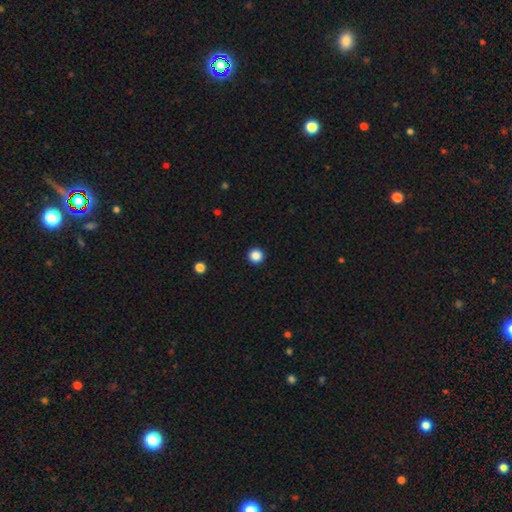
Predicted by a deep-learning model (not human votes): Smooth or featured?
  - smooth: 87% *
  - star or artifact: 11%
  - featured or disk: 3%
How rounded?
  - round: 96% *
  - in between: 3%
  - cigar-shaped: 1%
Merging?
  - none: 93% *
  - minor disturbance: 4%
  - major disturbance: 1%
  - merger: 1%